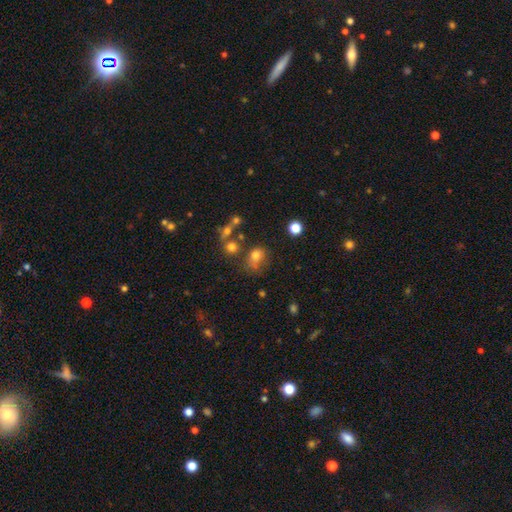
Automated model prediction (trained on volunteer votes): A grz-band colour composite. It shows a smooth galaxy with no disk features (72%) that is round (50%). Merging: none (43%).